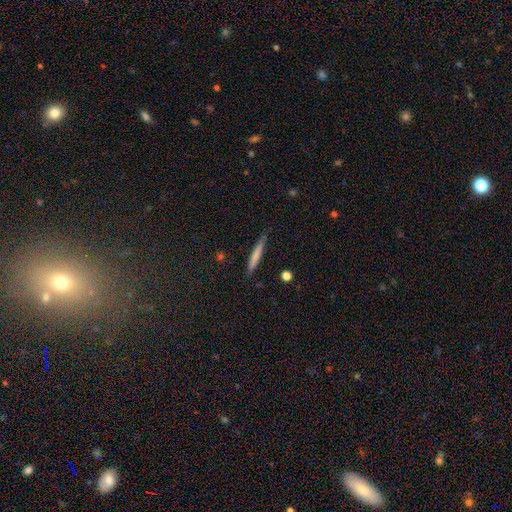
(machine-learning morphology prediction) Q: Smooth or featured?
A: smooth (70%); runner-up: featured or disk (24%)
Q: How rounded?
A: cigar-shaped (95%); runner-up: in between (4%)
Q: Merging?
A: none (81%); runner-up: minor disturbance (15%)